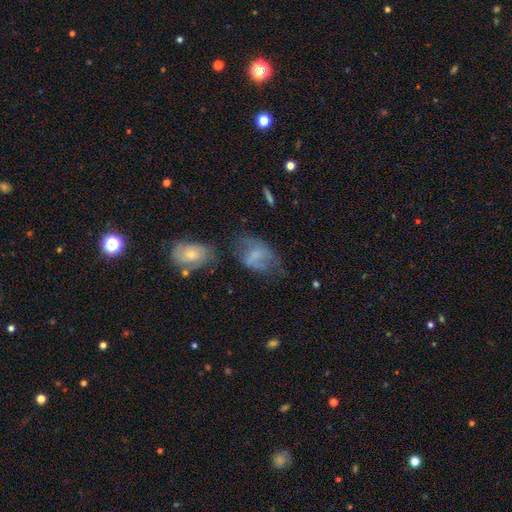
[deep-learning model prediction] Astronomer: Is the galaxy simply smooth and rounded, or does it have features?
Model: featured or disk — 45% (runner-up: smooth, 44%).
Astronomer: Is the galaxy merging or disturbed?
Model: none — 35% (runner-up: major disturbance, 28%).